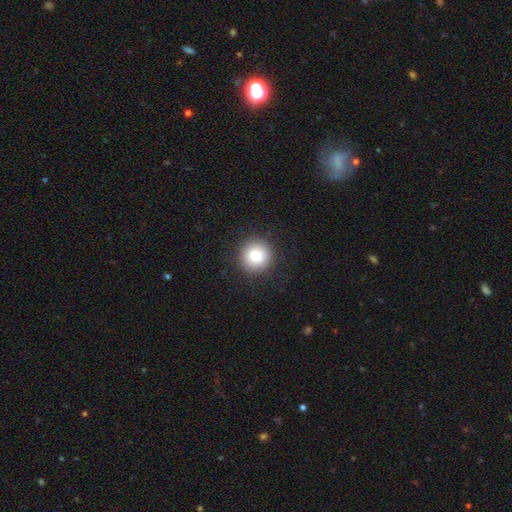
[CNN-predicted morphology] A smooth galaxy with no disk features (83%) that is round (94%).

Vote fractions:
- Smooth or featured? smooth: 83% / star or artifact: 9% / featured or disk: 8%
- How rounded? round: 94% / in between: 5% / cigar-shaped: 1%
- Merging? none: 90% / minor disturbance: 6% / major disturbance: 2% / merger: 1%